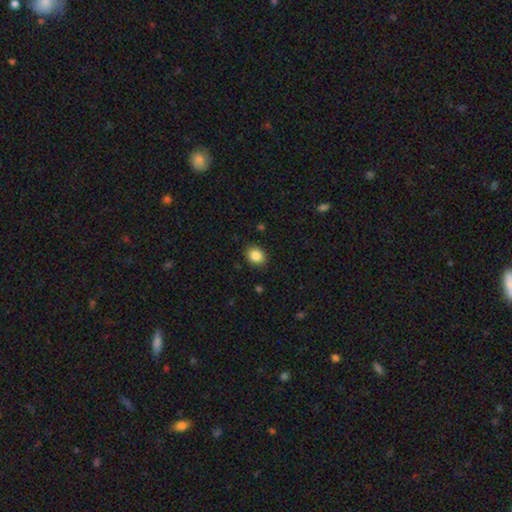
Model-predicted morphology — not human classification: smooth 87%, star or artifact 9%, featured or disk 5%. Down the decision tree: how rounded — in between (53%); merging — none (88%).